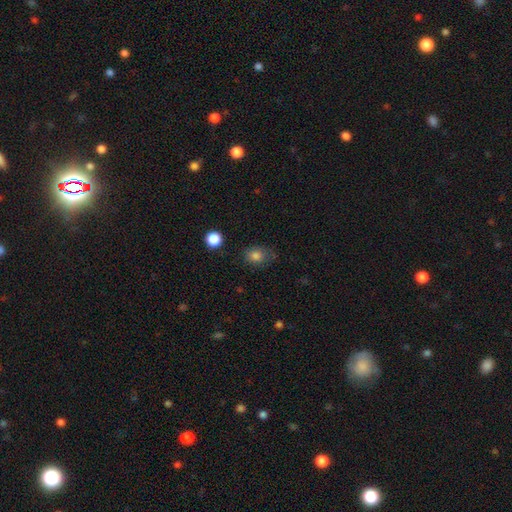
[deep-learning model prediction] Morphology: type=smooth (81%); roundness=round (50%); merging=none (65%).